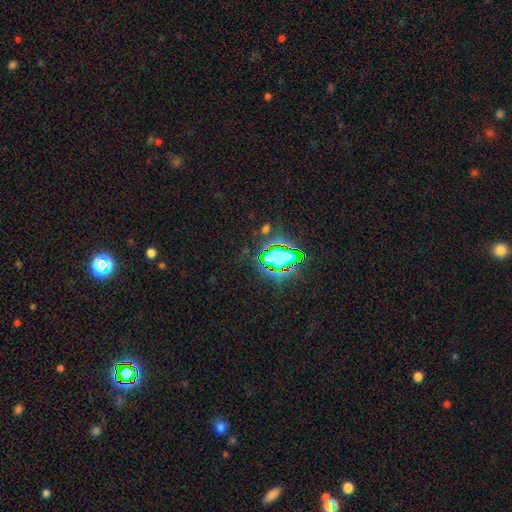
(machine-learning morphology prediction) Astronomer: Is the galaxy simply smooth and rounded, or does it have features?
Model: star or artifact — 79%.